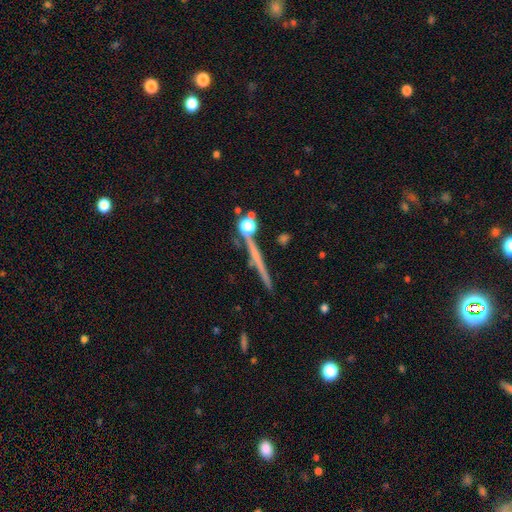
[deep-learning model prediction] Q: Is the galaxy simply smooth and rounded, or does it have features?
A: featured or disk — 55%.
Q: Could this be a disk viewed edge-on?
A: yes — 96%.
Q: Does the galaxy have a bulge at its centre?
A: none — 81%.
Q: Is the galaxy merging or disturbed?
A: none — 83%.